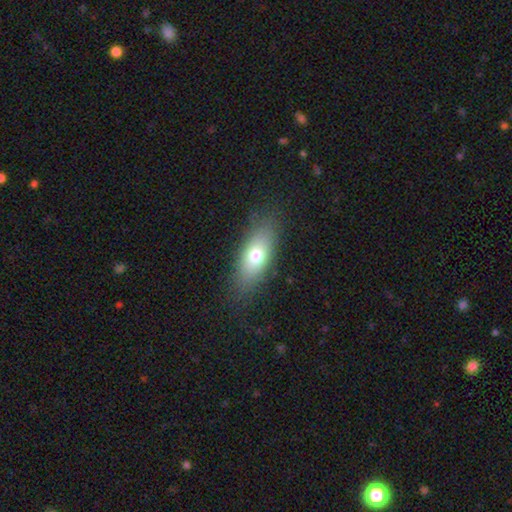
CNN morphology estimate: A smooth galaxy with no disk features (70%) that is in between round and cigar-shaped (77%). Merging: none (82%).